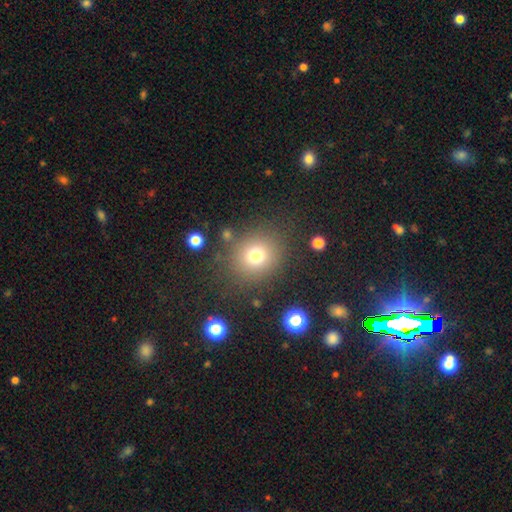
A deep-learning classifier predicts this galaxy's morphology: smooth 74%, star or artifact 16%, featured or disk 10%. Down the decision tree: how rounded — round (83%); merging — none (81%).